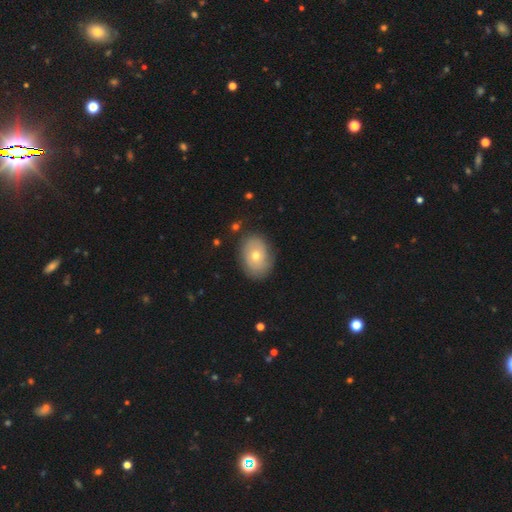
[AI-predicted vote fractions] Q: Smooth or featured?
A: smooth (56%); runner-up: featured or disk (37%)
Q: How rounded?
A: in between (73%); runner-up: round (26%)
Q: Merging?
A: none (78%); runner-up: minor disturbance (15%)